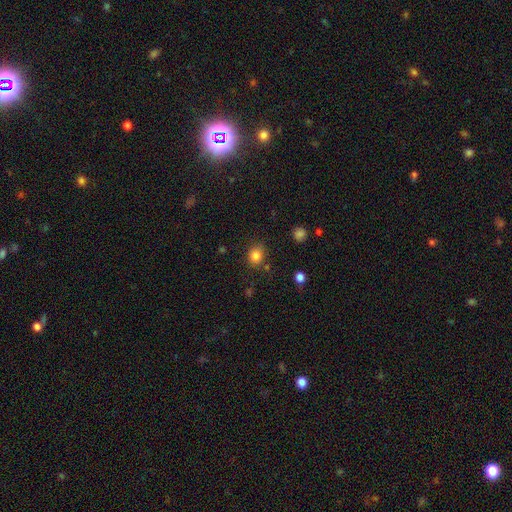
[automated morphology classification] type=smooth (83%); roundness=round (66%); merging=none (81%).